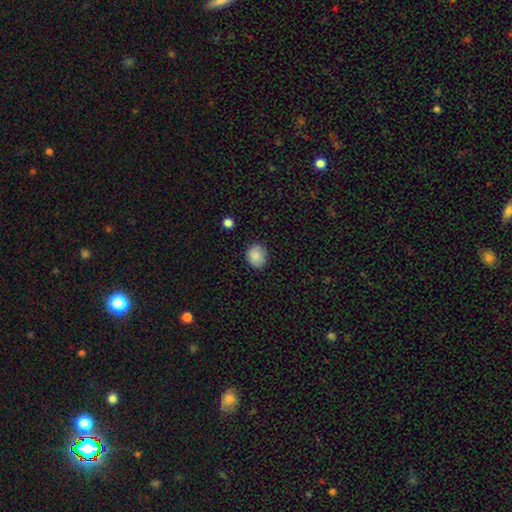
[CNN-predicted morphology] Overall: smooth (88%). How rounded: round (74%). Merging: none (86%).